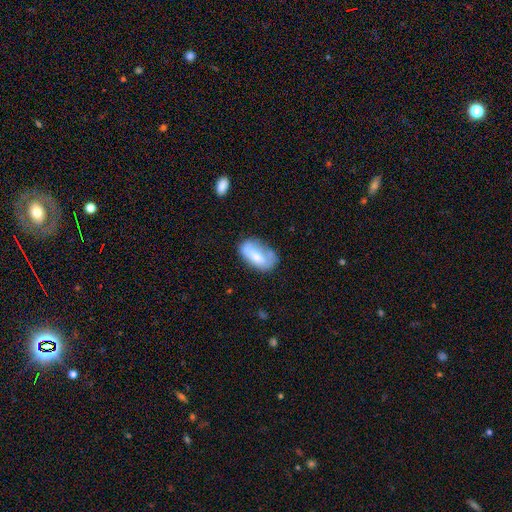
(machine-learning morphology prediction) A smooth galaxy with no disk features (62%) that is in between round and cigar-shaped (89%). Merging: none (49%).